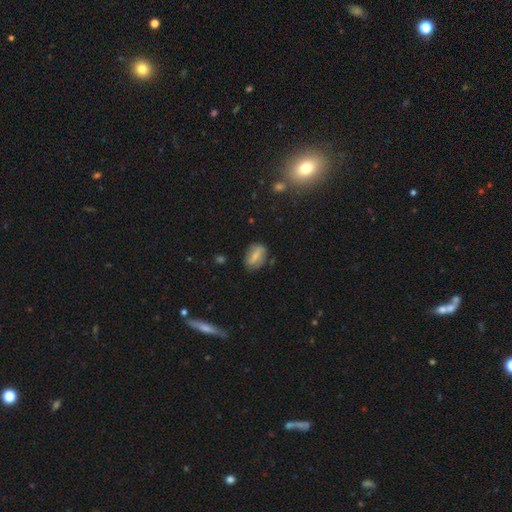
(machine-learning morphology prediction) Smooth or featured?
  - smooth: 60% *
  - featured or disk: 31%
  - star or artifact: 9%
How rounded?
  - in between: 81% *
  - round: 15%
  - cigar-shaped: 4%
Merging?
  - none: 76% *
  - minor disturbance: 17%
  - major disturbance: 5%
  - merger: 2%